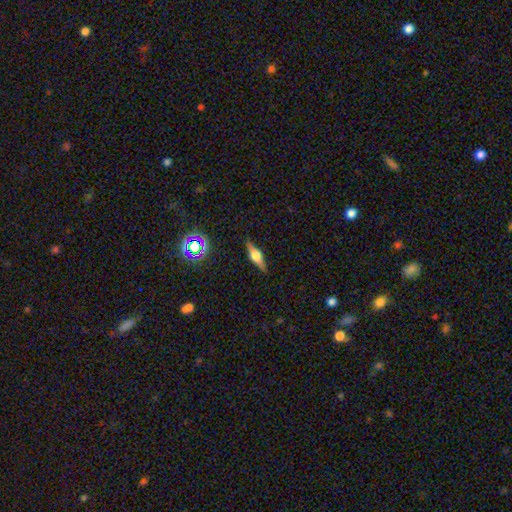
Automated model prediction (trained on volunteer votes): smooth-or-featured: featured or disk: 67% | smooth: 25% | star or artifact: 9%
  disk-edge-on: yes: 96% | no: 4%
    edge-on-bulge: rounded: 91% | boxy: 8% | none: 1%
  merging: none: 88% | minor disturbance: 8% | major disturbance: 2% | merger: 1%